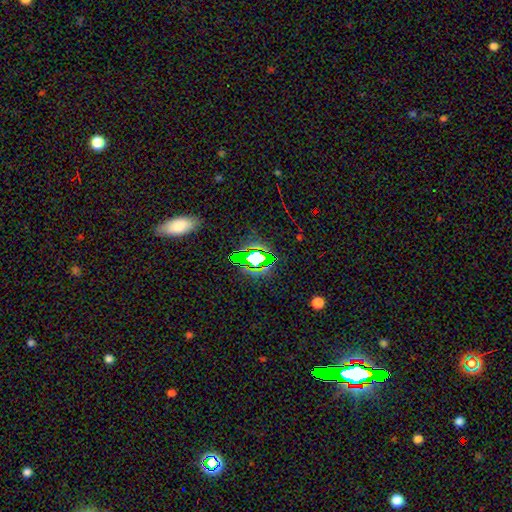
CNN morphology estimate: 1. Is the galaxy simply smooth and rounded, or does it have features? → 62% star or artifact, 25% smooth, 14% featured or disk.